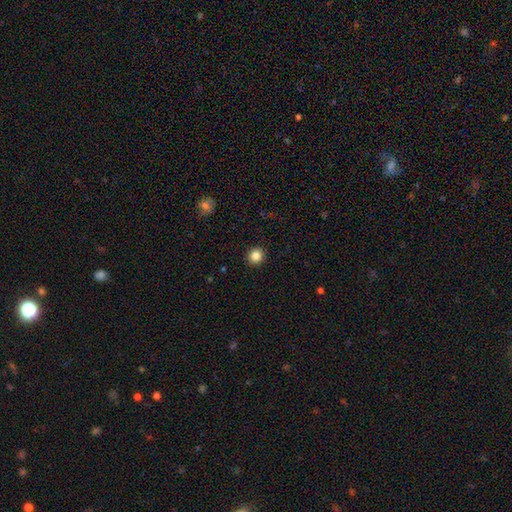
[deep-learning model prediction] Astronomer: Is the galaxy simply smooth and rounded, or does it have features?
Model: smooth — 85%.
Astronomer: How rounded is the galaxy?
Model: round — 89%.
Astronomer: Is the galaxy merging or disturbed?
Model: none — 92%.